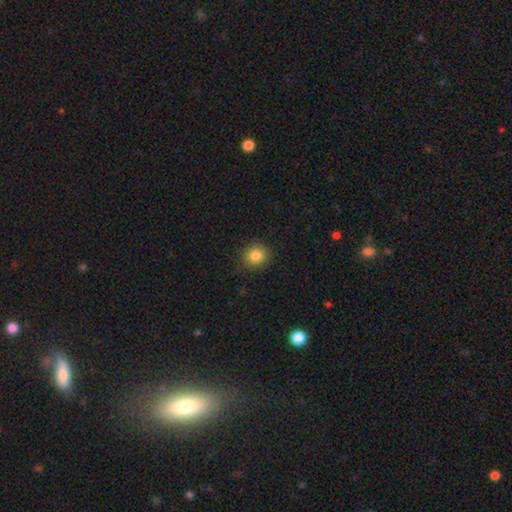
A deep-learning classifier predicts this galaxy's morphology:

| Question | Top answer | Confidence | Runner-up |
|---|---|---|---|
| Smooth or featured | smooth | 84% | star or artifact (10%) |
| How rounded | round | 89% | in between (10%) |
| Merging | none | 87% | minor disturbance (9%) |